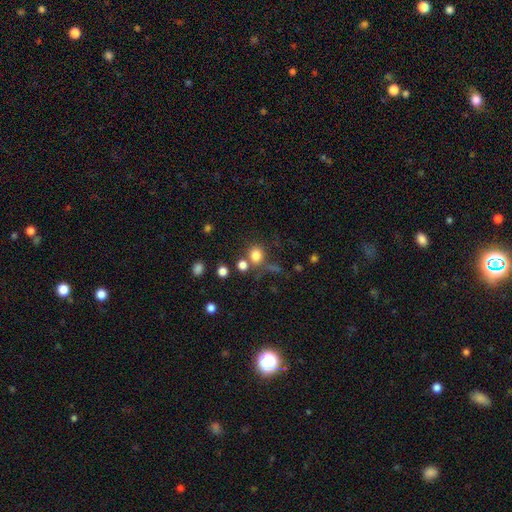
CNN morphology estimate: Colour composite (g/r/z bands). It shows a smooth galaxy with no disk features (79%) that is round (80%). Merging: none (63%).